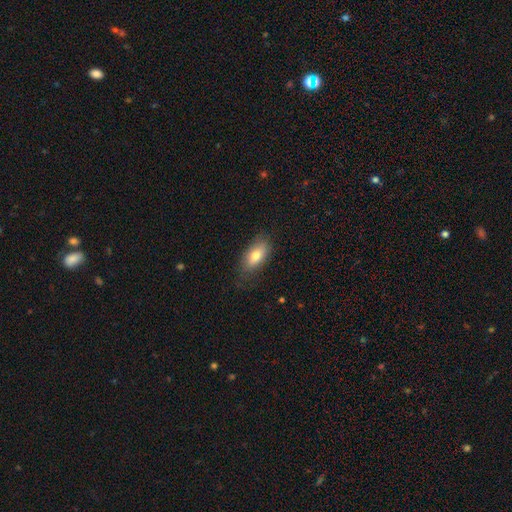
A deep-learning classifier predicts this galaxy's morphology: Q: Smooth or featured?
A: smooth (77%); runner-up: featured or disk (15%)
Q: How rounded?
A: in between (88%); runner-up: cigar-shaped (8%)
Q: Merging?
A: none (76%); runner-up: minor disturbance (18%)